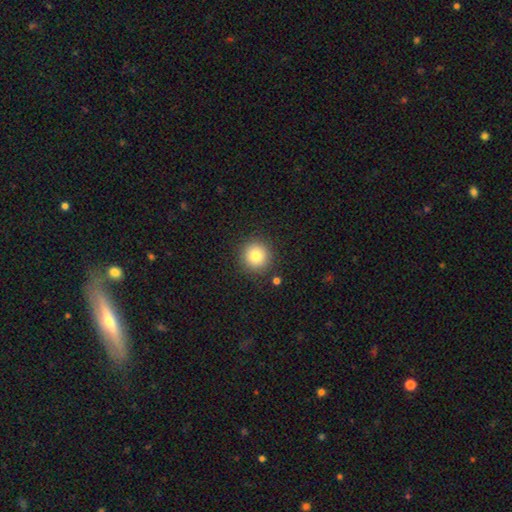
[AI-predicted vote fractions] smooth-or-featured: smooth: 80% | star or artifact: 12% | featured or disk: 8%
  how-rounded: round: 94% | in between: 5% | cigar-shaped: 1%
  merging: none: 88% | minor disturbance: 7% | major disturbance: 3% | merger: 2%